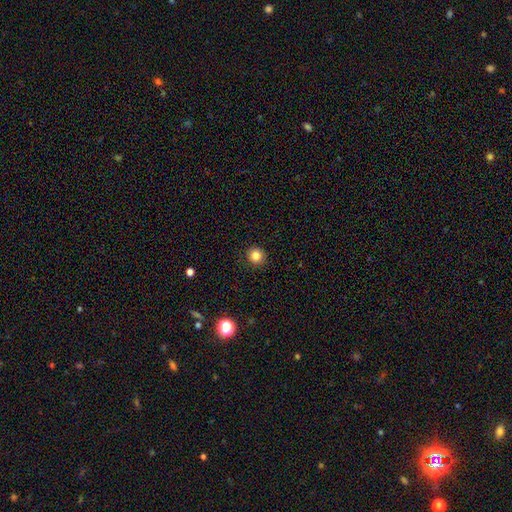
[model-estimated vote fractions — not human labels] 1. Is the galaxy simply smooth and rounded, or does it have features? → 84% smooth, 11% star or artifact, 5% featured or disk.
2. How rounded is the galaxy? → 92% round, 7% in between, 1% cigar-shaped.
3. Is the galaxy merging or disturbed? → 91% none, 6% minor disturbance, 2% major disturbance, 1% merger.